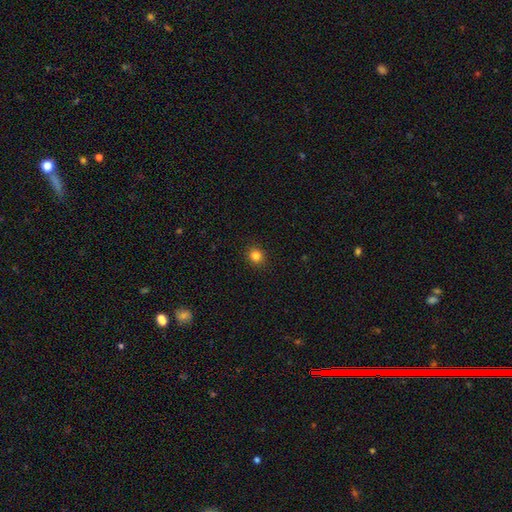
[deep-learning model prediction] This appears to be a smooth galaxy with no disk features (83%) that is round (87%). Merging: none (91%).